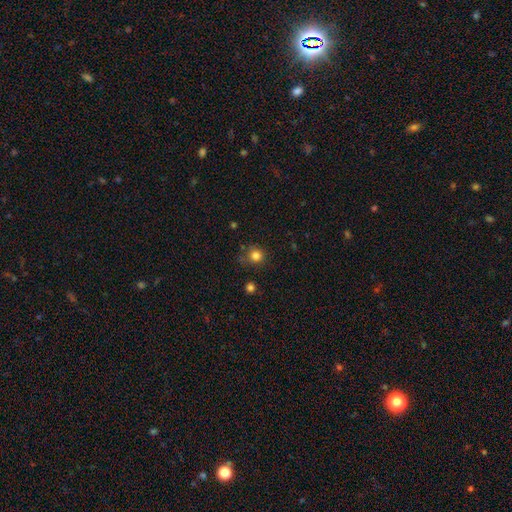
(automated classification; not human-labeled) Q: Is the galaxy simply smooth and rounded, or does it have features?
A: smooth — 82%.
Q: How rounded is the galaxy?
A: round — 88%.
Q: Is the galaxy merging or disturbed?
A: none — 73%.